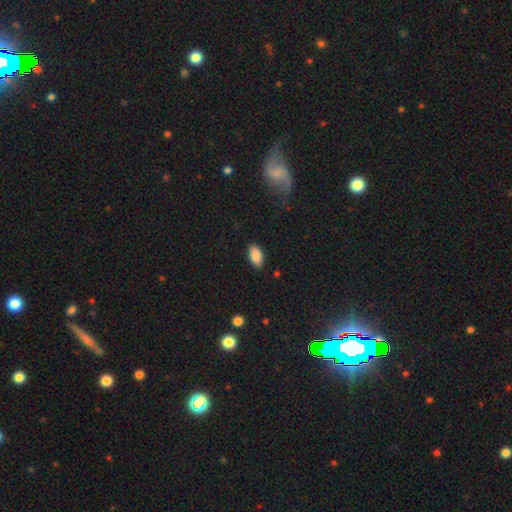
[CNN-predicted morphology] Smooth or featured? smooth (87%)
How rounded? in between (94%)
Merging? none (86%)